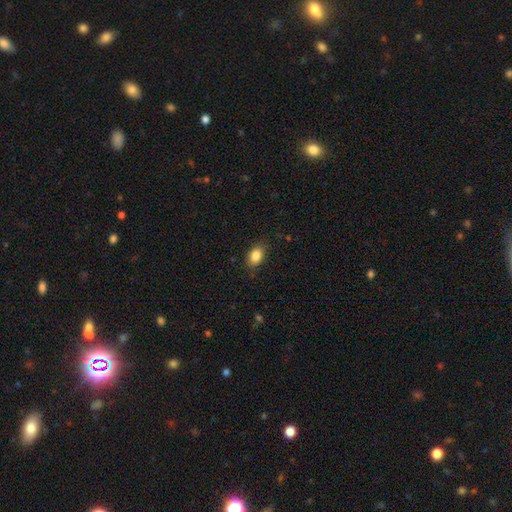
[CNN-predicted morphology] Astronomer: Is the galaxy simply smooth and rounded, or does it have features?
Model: smooth — 85%.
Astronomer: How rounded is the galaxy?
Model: in between — 86%.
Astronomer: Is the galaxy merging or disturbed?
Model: none — 84%.